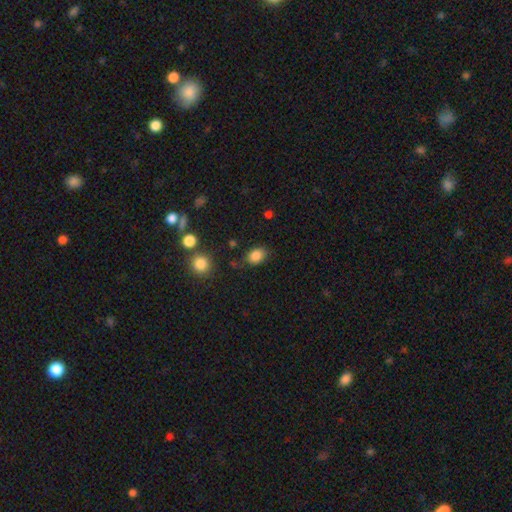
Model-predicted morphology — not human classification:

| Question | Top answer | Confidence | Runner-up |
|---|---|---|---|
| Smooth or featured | smooth | 85% | star or artifact (10%) |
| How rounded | in between | 70% | round (28%) |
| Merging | none | 76% | minor disturbance (16%) |